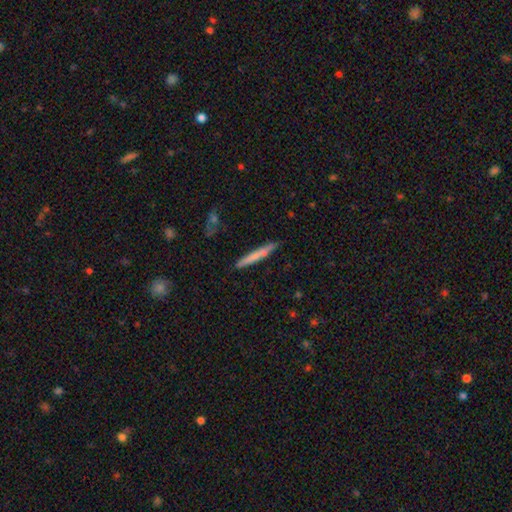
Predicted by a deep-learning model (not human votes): smooth_or_featured: smooth (p=0.65) [alt: featured or disk p=0.29]
how_rounded: cigar-shaped (p=0.96) [alt: in between p=0.03]
merging: none (p=0.86) [alt: minor disturbance p=0.11]